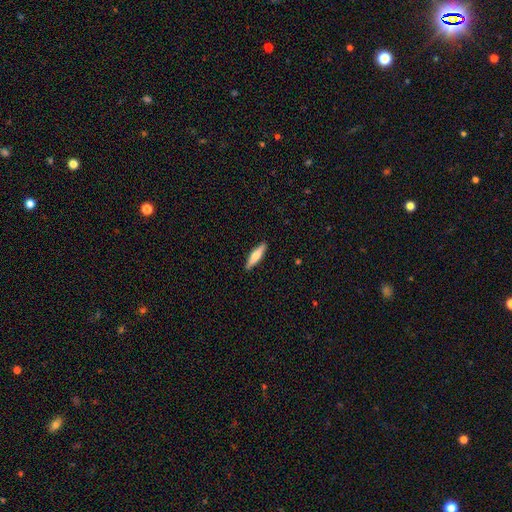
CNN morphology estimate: smooth 59%, featured or disk 35%, star or artifact 5%. Down the decision tree: how rounded — cigar-shaped (77%); merging — none (90%).